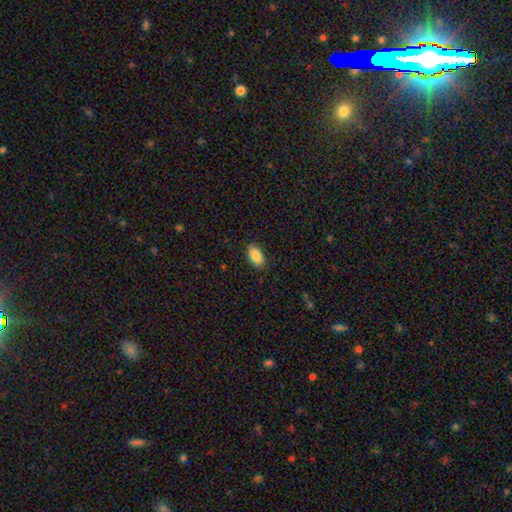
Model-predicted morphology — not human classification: type=smooth (88%); roundness=in between (94%); merging=none (88%).